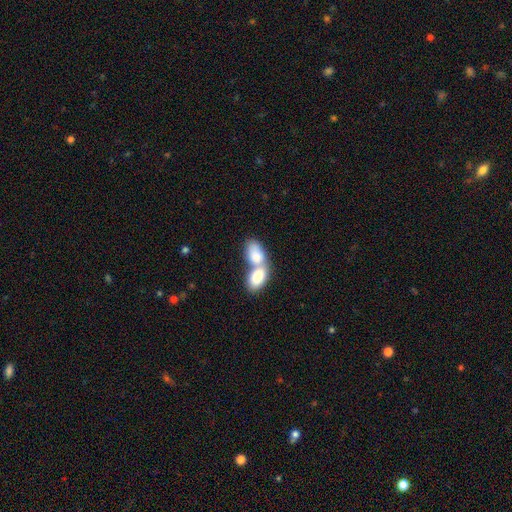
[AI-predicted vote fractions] smooth-or-featured: smooth: 80% | featured or disk: 14% | star or artifact: 6%
  how-rounded: in between: 91% | round: 6% | cigar-shaped: 3%
  merging: merger: 75% | none: 15% | minor disturbance: 6% | major disturbance: 4%